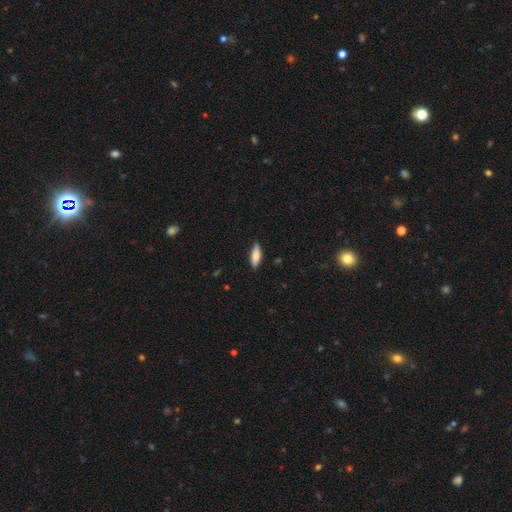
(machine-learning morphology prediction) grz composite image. It shows a smooth galaxy with no disk features (78%) that is in between round and cigar-shaped (58%). Merging: none (85%).